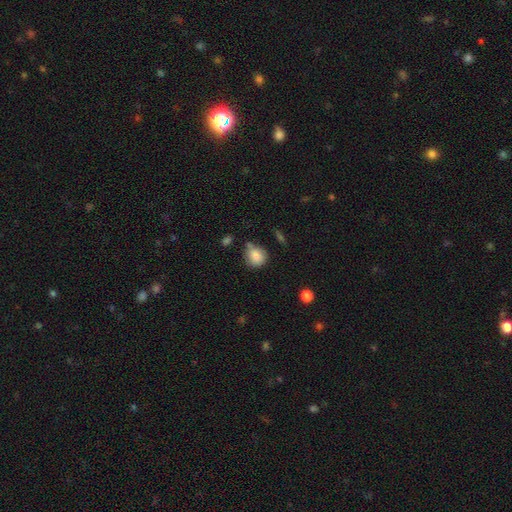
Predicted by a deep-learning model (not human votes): smooth-or-featured: smooth: 85% | star or artifact: 8% | featured or disk: 7%
  how-rounded: round: 77% | in between: 22% | cigar-shaped: 1%
  merging: none: 62% | minor disturbance: 24% | merger: 8% | major disturbance: 6%